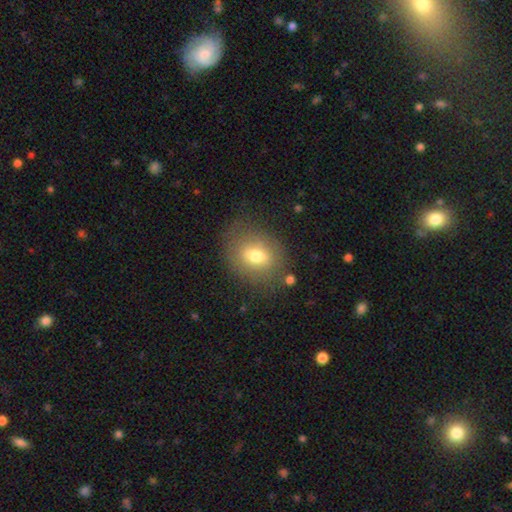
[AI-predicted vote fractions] Q: Smooth or featured?
A: smooth (68%); runner-up: featured or disk (22%)
Q: How rounded?
A: in between (52%); runner-up: round (47%)
Q: Merging?
A: none (76%); runner-up: minor disturbance (15%)